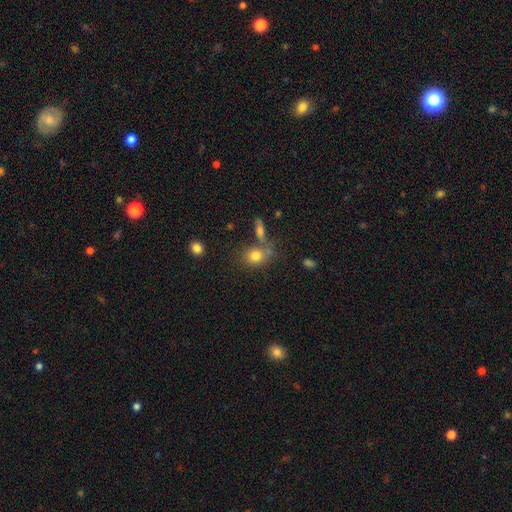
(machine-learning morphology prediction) A smooth galaxy with no disk features (79%) that is round (55%).

Vote fractions:
- Smooth or featured? smooth: 79% / star or artifact: 11% / featured or disk: 10%
- How rounded? round: 55% / in between: 43% / cigar-shaped: 2%
- Merging? none: 59% / merger: 21% / minor disturbance: 14% / major disturbance: 6%